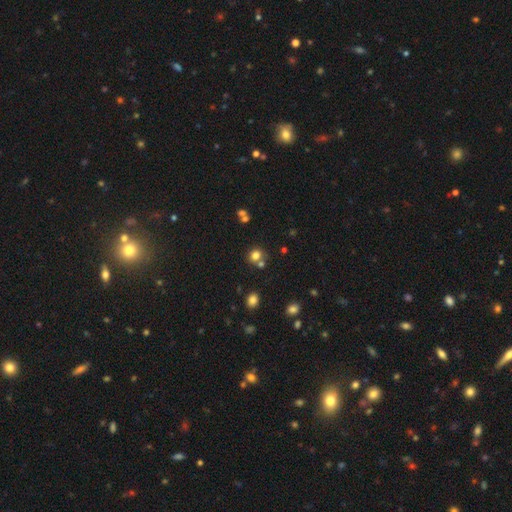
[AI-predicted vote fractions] The model was most divided on "merging": none: 62%, merger: 24%, minor disturbance: 10%, major disturbance: 4%. More confident: how rounded — round (77%); smooth or featured — smooth (76%).